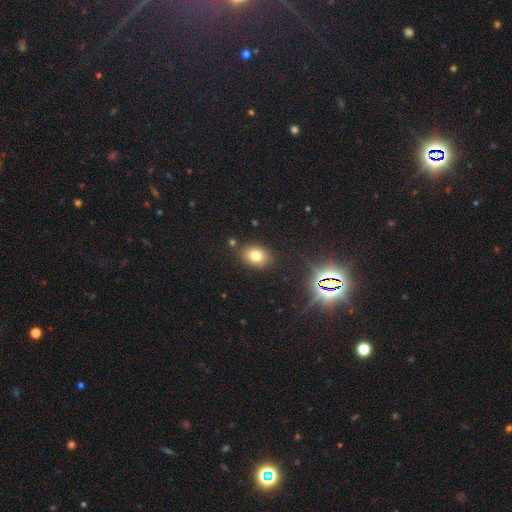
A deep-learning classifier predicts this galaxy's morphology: smooth 75%, star or artifact 15%, featured or disk 10%. Down the decision tree: how rounded — in between (66%); merging — none (84%).